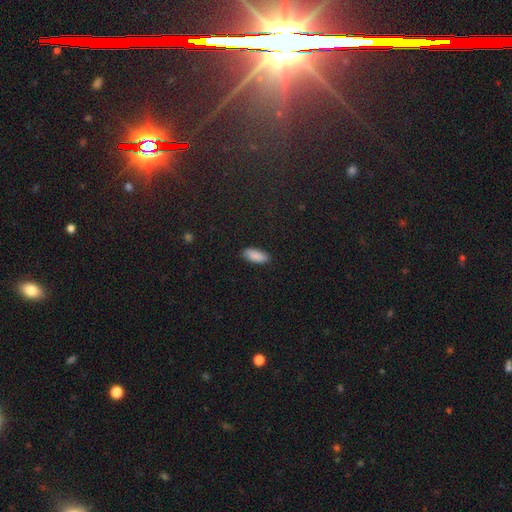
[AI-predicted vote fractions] The model was most divided on "how rounded": in between: 85%, cigar-shaped: 13%, round: 2%. More confident: smooth or featured — smooth (88%); merging — none (86%).